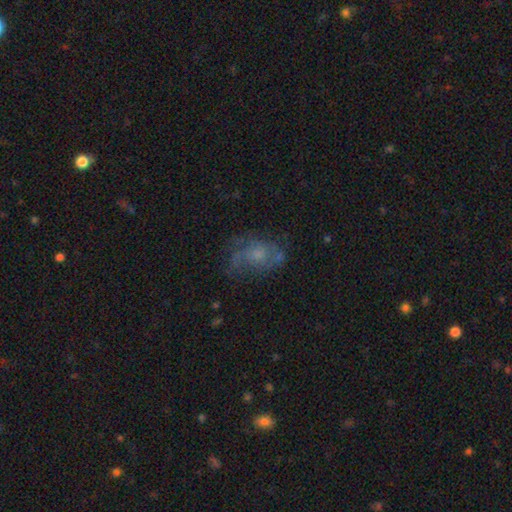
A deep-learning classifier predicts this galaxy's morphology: The model was most divided on "bulge size": small: 42%, moderate: 34%, none: 17%, large: 5%, dominant: 2%. More confident: edge-on disk — no (96%); bar — no (78%); spiral arms — yes (69%); smooth or featured — featured or disk (57%); merging — none (52%).